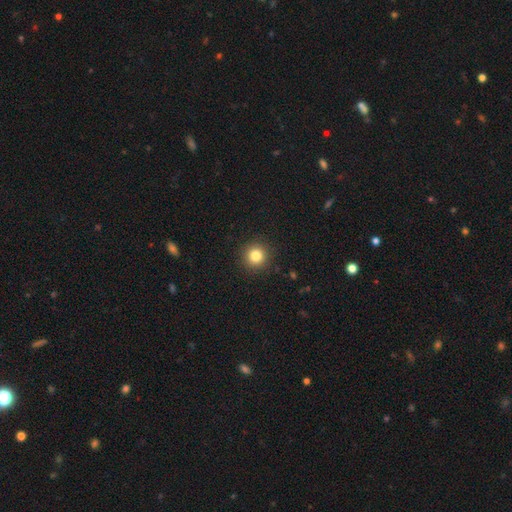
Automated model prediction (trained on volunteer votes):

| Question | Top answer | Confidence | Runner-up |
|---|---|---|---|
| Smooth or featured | smooth | 83% | star or artifact (12%) |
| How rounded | round | 94% | in between (5%) |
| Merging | none | 92% | minor disturbance (5%) |